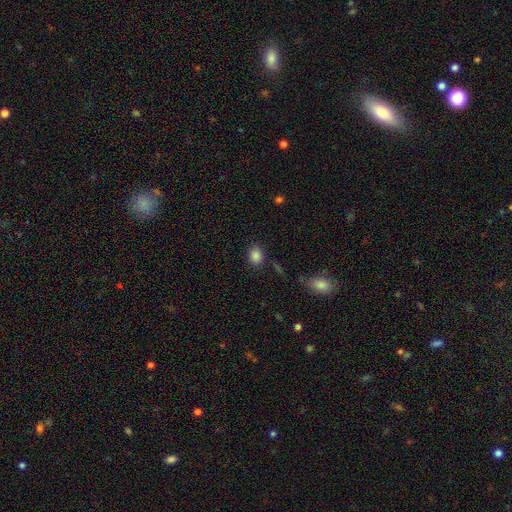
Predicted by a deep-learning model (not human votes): A smooth galaxy with no disk features (86%) that is in between round and cigar-shaped (54%). Merging: none (82%).